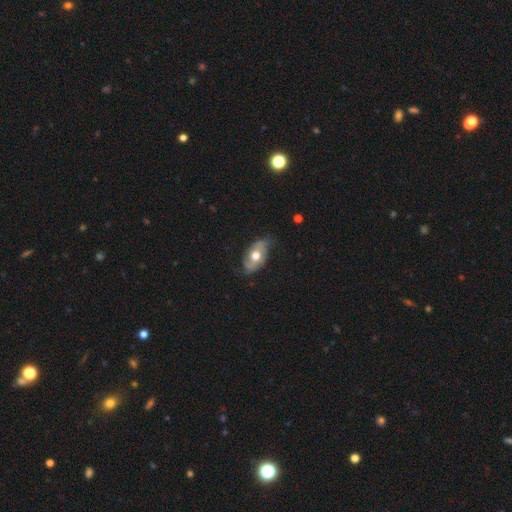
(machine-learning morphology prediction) Smooth or featured? Predicted: featured or disk (p=0.59). Edge-on disk? Predicted: no (p=0.91). Bar? Predicted: no (p=0.75). Spiral arms? Predicted: yes (p=0.68). Bulge size? Predicted: moderate (p=0.69). Merging? Predicted: none (p=0.59).